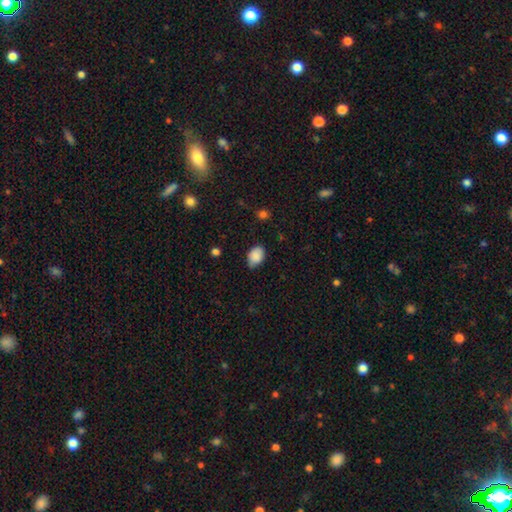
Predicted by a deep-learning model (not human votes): Smooth or featured: smooth — 87% (star or artifact — 7%)
How rounded: in between — 78% (round — 21%)
Merging: none — 64% (minor disturbance — 30%)